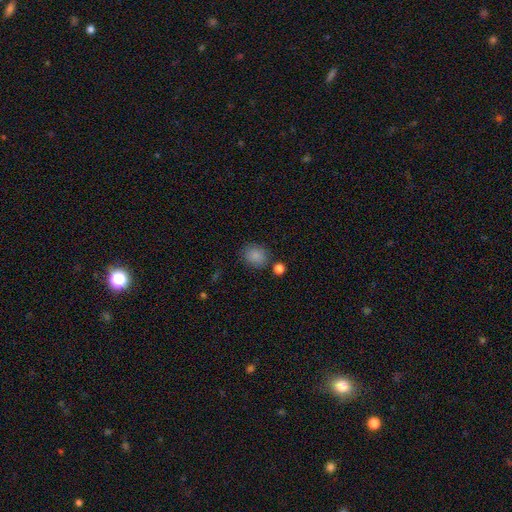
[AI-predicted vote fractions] Smooth or featured? smooth (86%)
How rounded? round (71%)
Merging? none (80%)